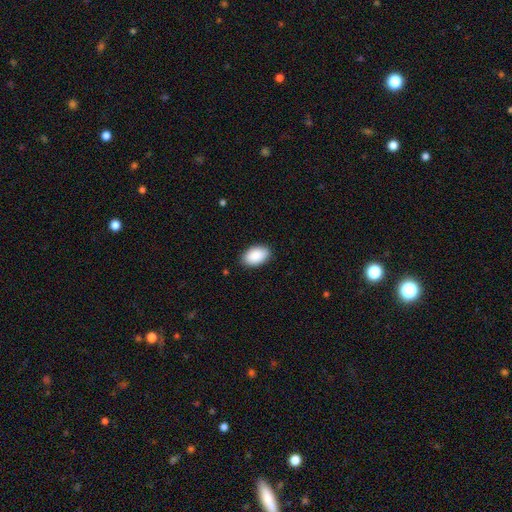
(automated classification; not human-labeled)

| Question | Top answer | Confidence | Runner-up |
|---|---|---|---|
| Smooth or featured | smooth | 90% | star or artifact (6%) |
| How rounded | in between | 94% | round (5%) |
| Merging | none | 87% | minor disturbance (10%) |